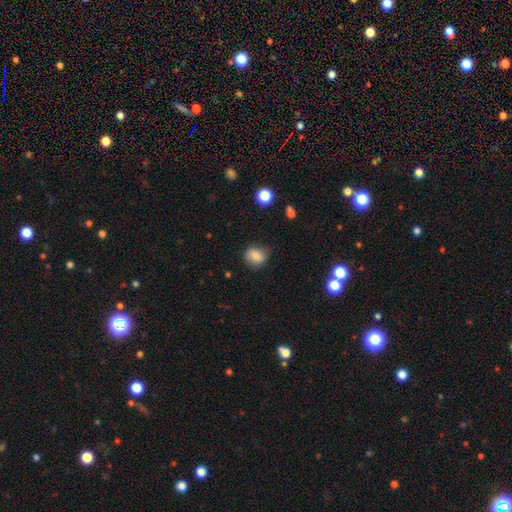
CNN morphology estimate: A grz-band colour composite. It shows a smooth galaxy with no disk features (78%) that is round (69%). Merging: none (70%).